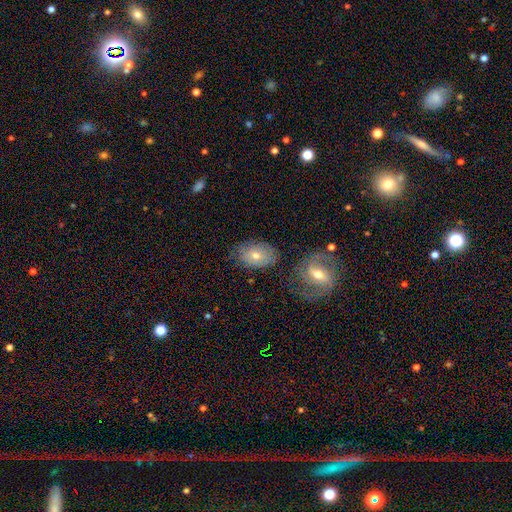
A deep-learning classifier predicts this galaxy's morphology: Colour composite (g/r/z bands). It shows a smooth galaxy with no disk features (51%) that is in between round and cigar-shaped (76%). Merging: none (71%).